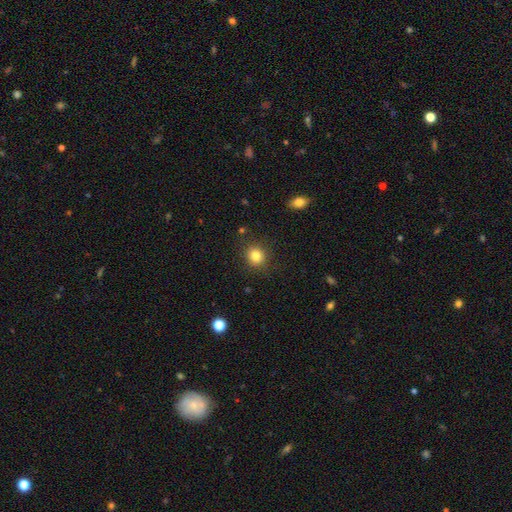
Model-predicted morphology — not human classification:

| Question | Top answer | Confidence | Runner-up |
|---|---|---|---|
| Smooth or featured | smooth | 83% | star or artifact (11%) |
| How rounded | round | 87% | in between (12%) |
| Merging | none | 88% | minor disturbance (8%) |